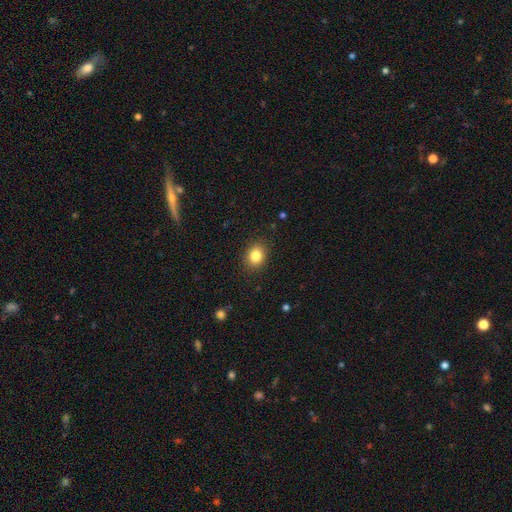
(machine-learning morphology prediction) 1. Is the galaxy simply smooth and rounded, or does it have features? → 84% smooth, 10% star or artifact, 6% featured or disk.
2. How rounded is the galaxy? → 52% round, 47% in between, 1% cigar-shaped.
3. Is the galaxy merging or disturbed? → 88% none, 8% minor disturbance, 2% major disturbance, 1% merger.